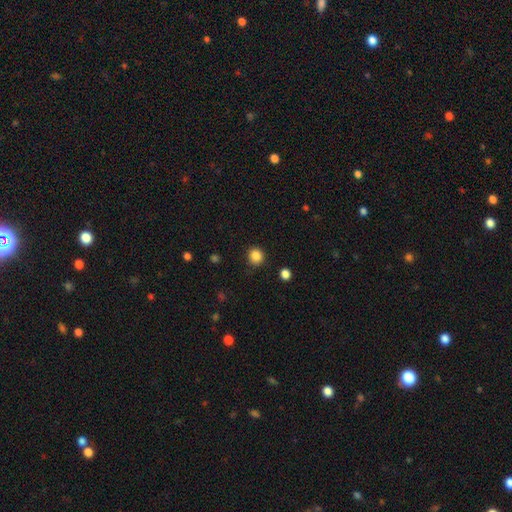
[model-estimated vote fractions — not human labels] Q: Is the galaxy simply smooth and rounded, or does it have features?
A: smooth — 86%.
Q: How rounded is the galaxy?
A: round — 88%.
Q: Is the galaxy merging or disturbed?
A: none — 89%.